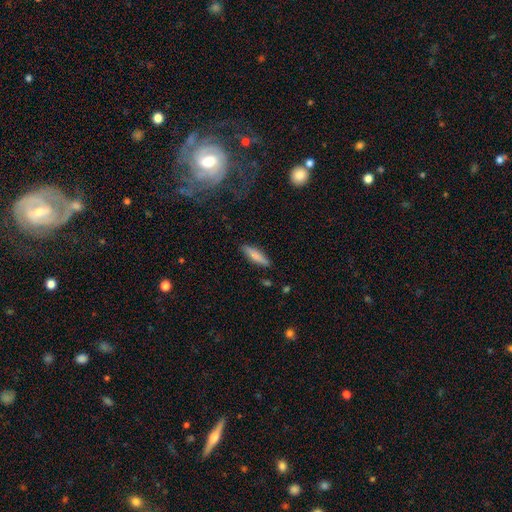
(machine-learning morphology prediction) type=smooth (75%); roundness=cigar-shaped (70%); merging=none (85%).